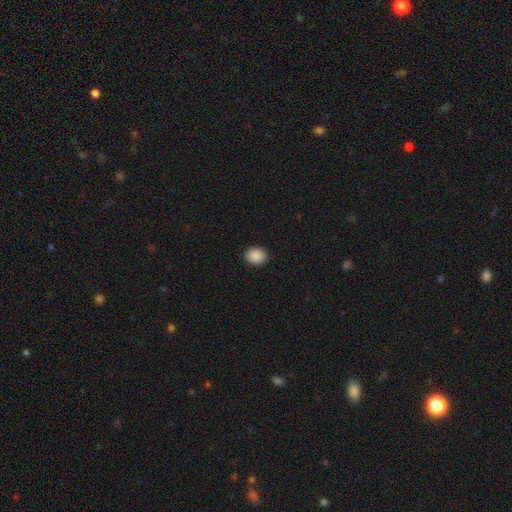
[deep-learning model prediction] The model was most divided on "how rounded": in between: 55%, round: 44%, cigar-shaped: 1%. More confident: merging — none (91%); smooth or featured — smooth (90%).